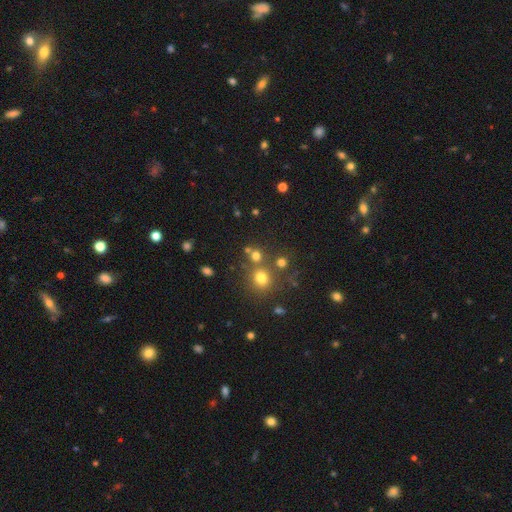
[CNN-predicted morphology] This is likely a smooth galaxy (70%). How rounded: clearly round (86%). Merging: likely none (69%).